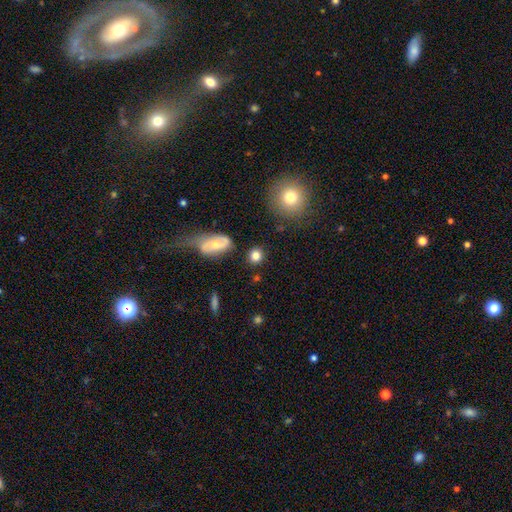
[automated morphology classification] smooth-or-featured: smooth: 82% | star or artifact: 10% | featured or disk: 9%
  how-rounded: round: 80% | in between: 18% | cigar-shaped: 2%
  merging: none: 81% | minor disturbance: 10% | merger: 5% | major disturbance: 4%